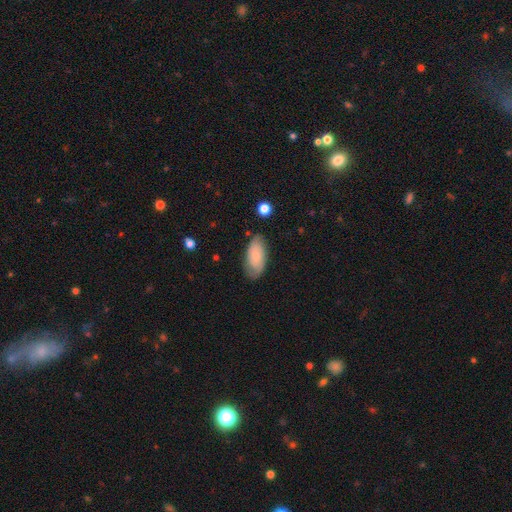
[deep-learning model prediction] smooth-or-featured: smooth: 70% | featured or disk: 23% | star or artifact: 7%
  how-rounded: in between: 91% | cigar-shaped: 7% | round: 3%
  merging: none: 74% | minor disturbance: 20% | major disturbance: 5% | merger: 2%